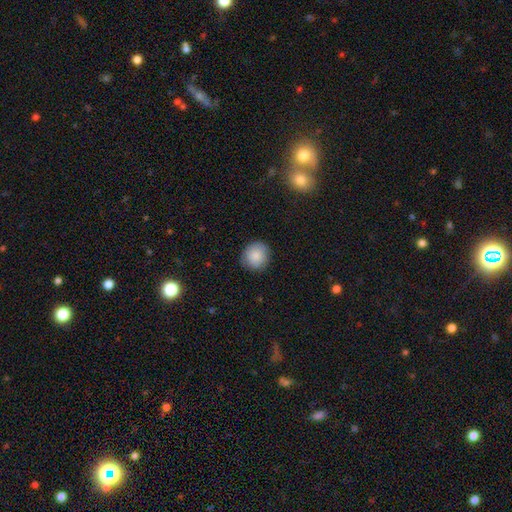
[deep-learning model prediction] smooth-or-featured: smooth: 86% | star or artifact: 8% | featured or disk: 6%
  how-rounded: round: 87% | in between: 12% | cigar-shaped: 1%
  merging: none: 85% | minor disturbance: 11% | major disturbance: 2% | merger: 1%